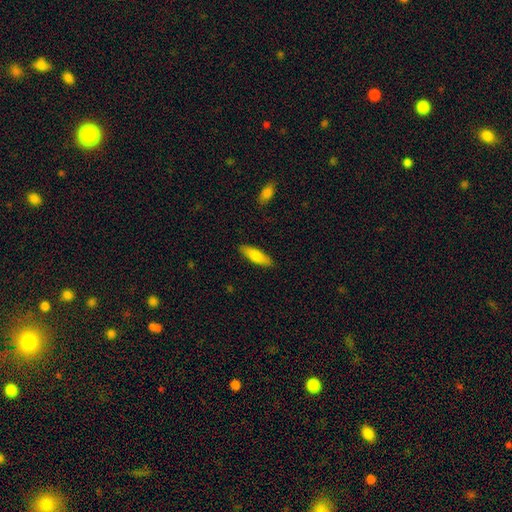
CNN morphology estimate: A smooth galaxy with no disk features (77%) that is cigar-shaped (55%).

Vote fractions:
- Smooth or featured? smooth: 77% / featured or disk: 17% / star or artifact: 6%
- How rounded? cigar-shaped: 55% / in between: 43% / round: 2%
- Merging? none: 87% / minor disturbance: 9% / major disturbance: 2% / merger: 1%